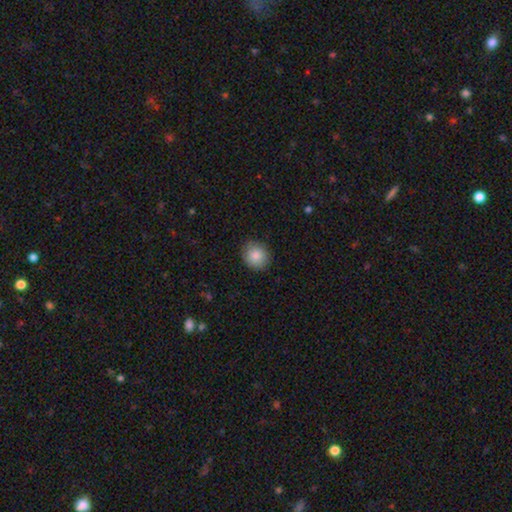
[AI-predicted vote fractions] Overall: smooth (86%). How rounded: round (83%). Merging: none (88%).